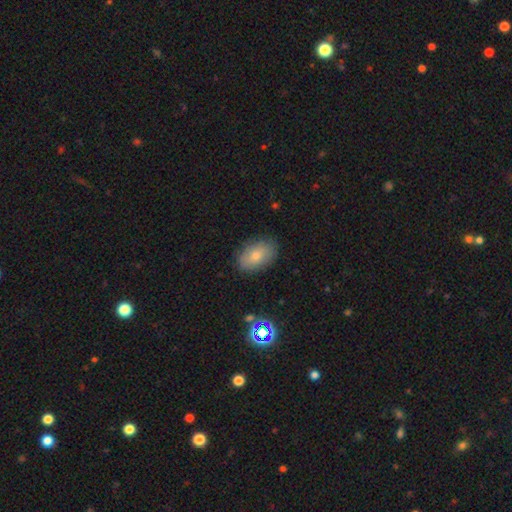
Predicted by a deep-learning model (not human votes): Smooth or featured? smooth (73%)
How rounded? in between (88%)
Merging? none (83%)